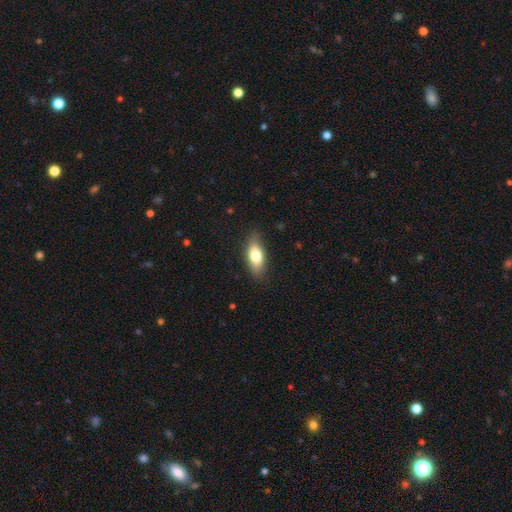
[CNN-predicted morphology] smooth 74%, featured or disk 19%, star or artifact 7%. Down the decision tree: how rounded — in between (78%); merging — none (82%).